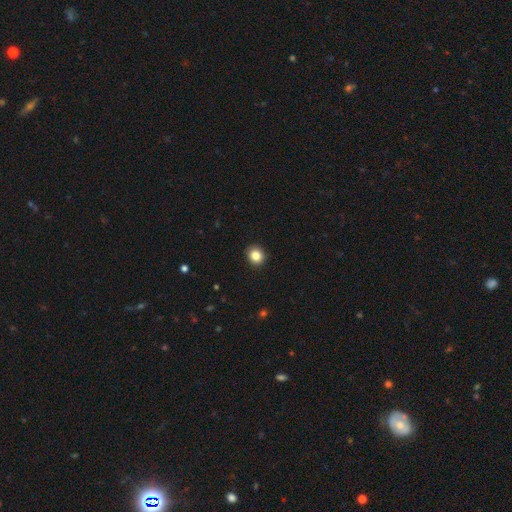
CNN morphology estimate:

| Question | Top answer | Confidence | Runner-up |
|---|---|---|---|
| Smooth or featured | smooth | 85% | star or artifact (10%) |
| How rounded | round | 77% | in between (22%) |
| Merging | none | 92% | minor disturbance (6%) |